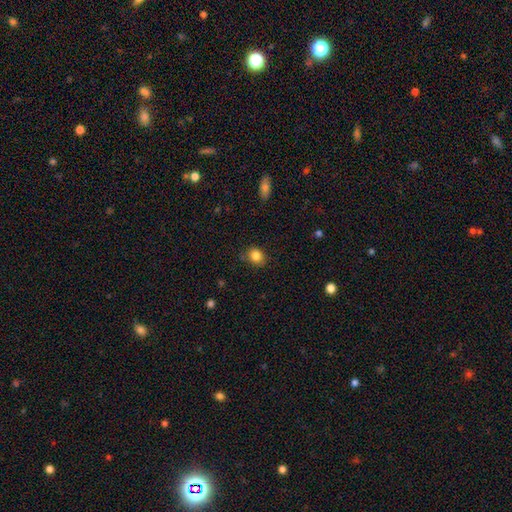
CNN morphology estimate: type=smooth (84%); roundness=round (65%); merging=none (81%).